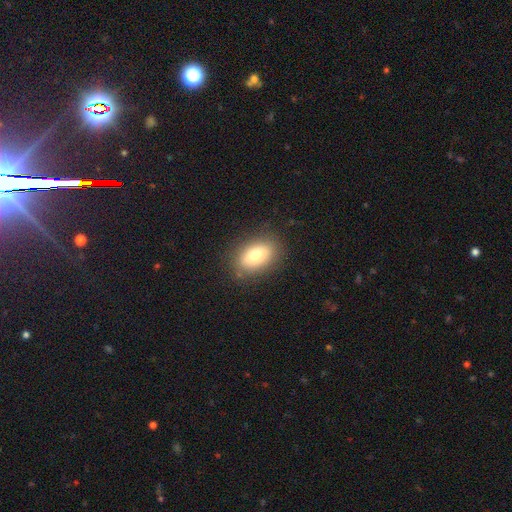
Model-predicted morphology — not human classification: Smooth or featured? smooth (76%)
How rounded? in between (83%)
Merging? none (85%)